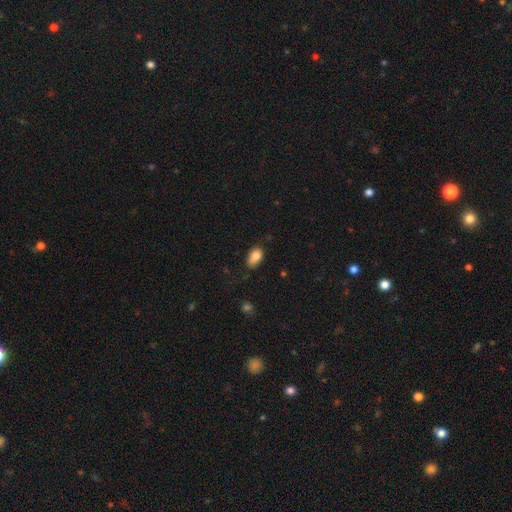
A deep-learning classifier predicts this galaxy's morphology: type=smooth (81%); roundness=in between (88%); merging=none (60%).